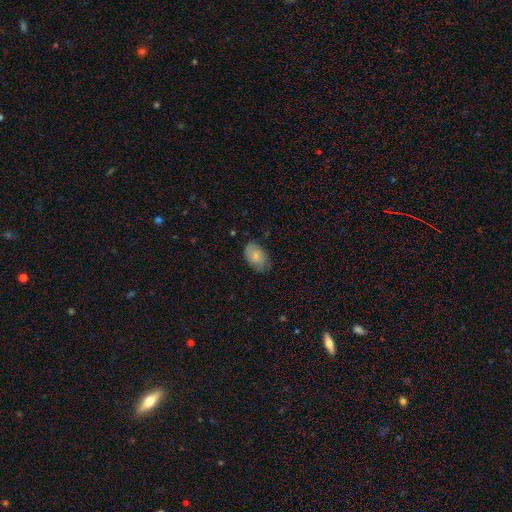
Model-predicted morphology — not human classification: Smooth or featured: smooth — 73% (featured or disk — 20%)
How rounded: in between — 90% (round — 9%)
Merging: none — 70% (minor disturbance — 24%)